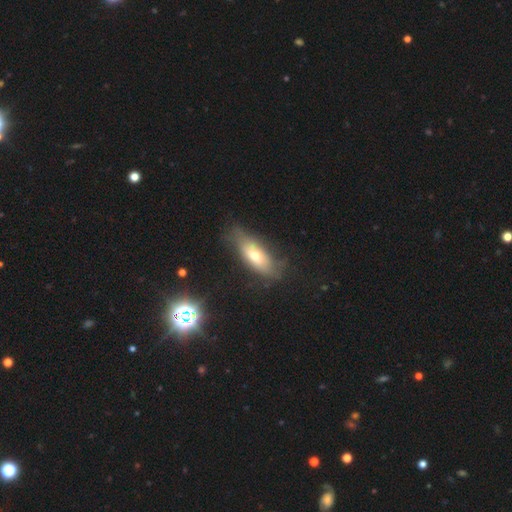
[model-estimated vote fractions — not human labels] smooth 57%, featured or disk 33%, star or artifact 10%. Down the decision tree: how rounded — in between (70%); merging — none (62%).